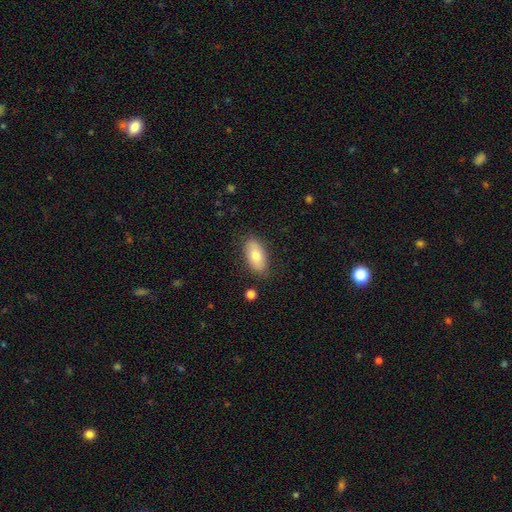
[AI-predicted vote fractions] Q: Smooth or featured?
A: smooth (75%); runner-up: featured or disk (18%)
Q: How rounded?
A: in between (92%); runner-up: cigar-shaped (4%)
Q: Merging?
A: none (83%); runner-up: minor disturbance (12%)